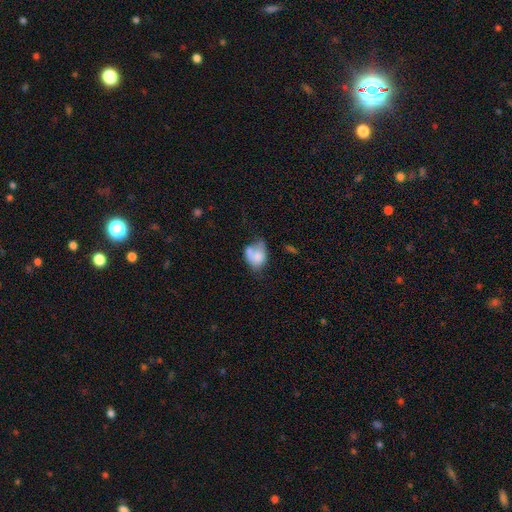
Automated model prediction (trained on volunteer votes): A smooth galaxy with no disk features (68%) that is in between round and cigar-shaped (66%). Merging: merger (36%).